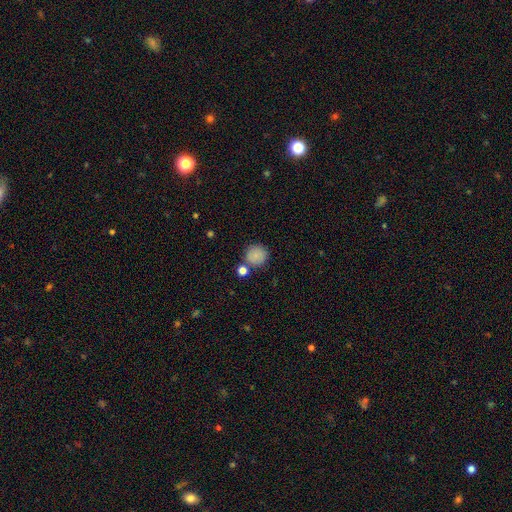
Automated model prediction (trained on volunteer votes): smooth-or-featured: smooth: 84% | star or artifact: 10% | featured or disk: 6%
  how-rounded: round: 91% | in between: 8% | cigar-shaped: 1%
  merging: none: 74% | merger: 12% | minor disturbance: 11% | major disturbance: 3%